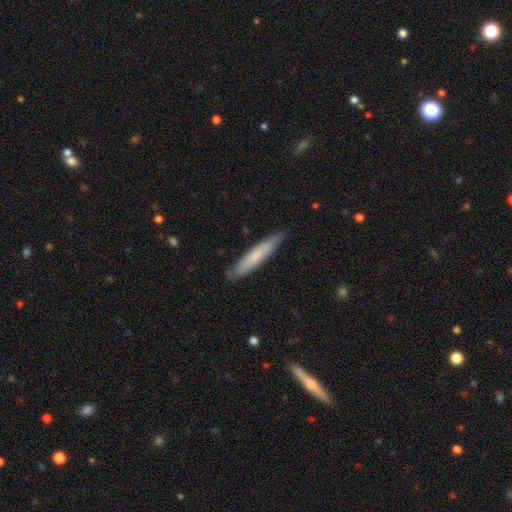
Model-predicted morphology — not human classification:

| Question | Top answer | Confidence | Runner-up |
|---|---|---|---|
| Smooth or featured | smooth | 69% | featured or disk (25%) |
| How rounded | cigar-shaped | 91% | in between (8%) |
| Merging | none | 85% | minor disturbance (12%) |